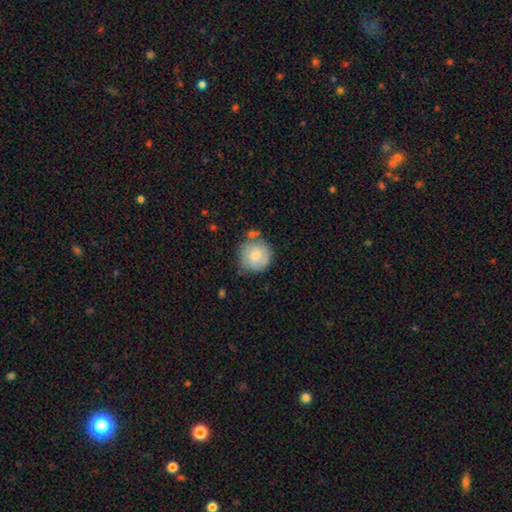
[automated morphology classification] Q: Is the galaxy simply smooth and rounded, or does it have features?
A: smooth — 77%.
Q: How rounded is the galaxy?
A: round — 91%.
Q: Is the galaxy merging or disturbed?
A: none — 57%.